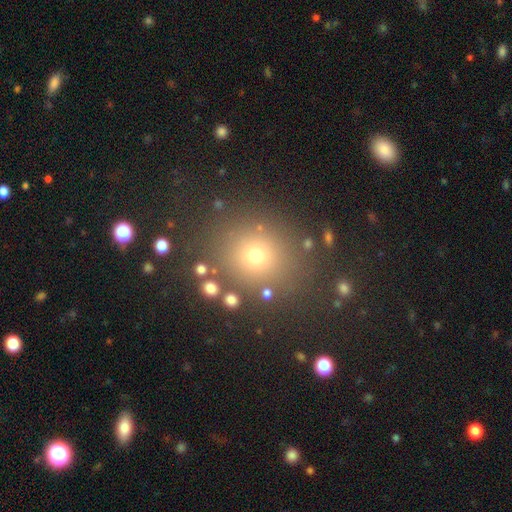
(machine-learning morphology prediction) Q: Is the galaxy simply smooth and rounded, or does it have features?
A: smooth — 70%.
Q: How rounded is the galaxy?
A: round — 81%.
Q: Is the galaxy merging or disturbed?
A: none — 82%.